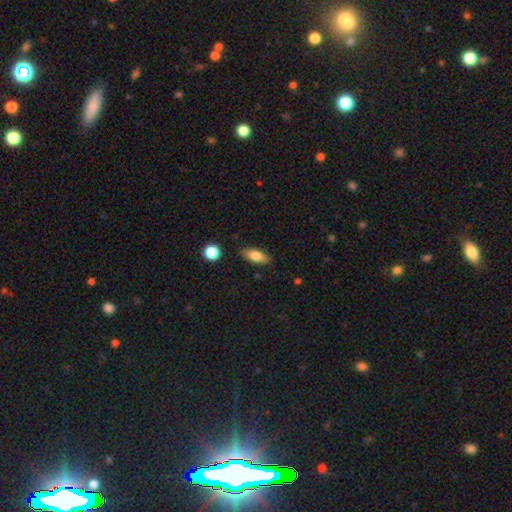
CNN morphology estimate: smooth-or-featured: smooth: 78% | featured or disk: 14% | star or artifact: 8%
  how-rounded: in between: 79% | cigar-shaped: 17% | round: 4%
  merging: none: 85% | minor disturbance: 11% | major disturbance: 2% | merger: 2%